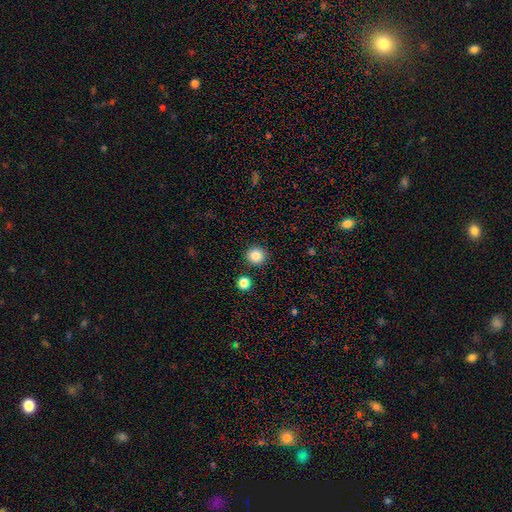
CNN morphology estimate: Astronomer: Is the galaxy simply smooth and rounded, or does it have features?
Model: smooth — 84%.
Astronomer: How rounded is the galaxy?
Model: round — 93%.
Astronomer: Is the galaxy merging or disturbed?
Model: none — 90%.